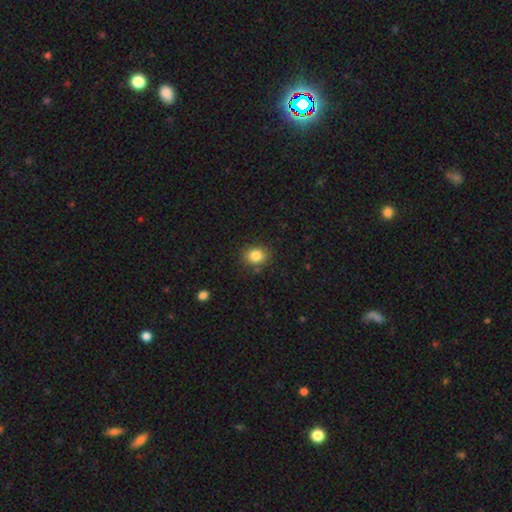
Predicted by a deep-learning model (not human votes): Smooth or featured? smooth (84%)
How rounded? round (63%)
Merging? none (85%)